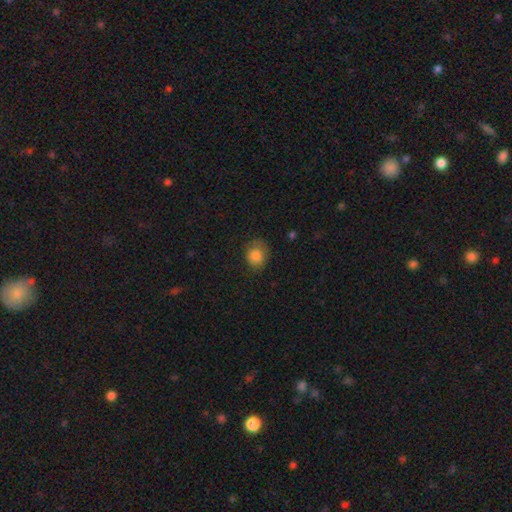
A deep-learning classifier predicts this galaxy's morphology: Smooth or featured? Predicted: smooth (p=0.83). How rounded? Predicted: round (p=0.64). Merging? Predicted: none (p=0.68).